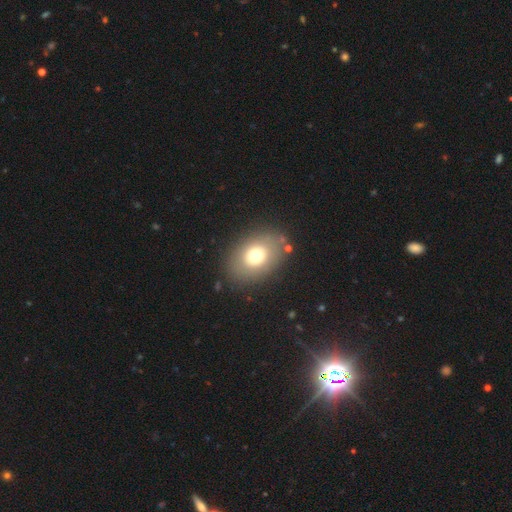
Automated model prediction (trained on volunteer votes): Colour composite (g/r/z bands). It shows a smooth galaxy with no disk features (71%) that is in between round and cigar-shaped (73%). Merging: none (83%).